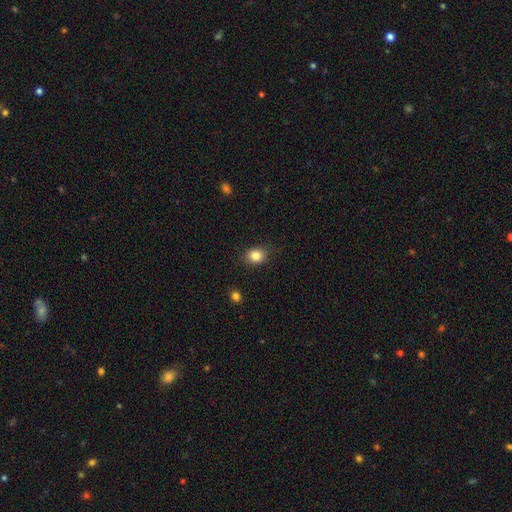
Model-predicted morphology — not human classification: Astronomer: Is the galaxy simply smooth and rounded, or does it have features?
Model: smooth — 84%.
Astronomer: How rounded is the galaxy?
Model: round — 59% (runner-up: in between, 40%).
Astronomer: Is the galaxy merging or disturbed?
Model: none — 84%.